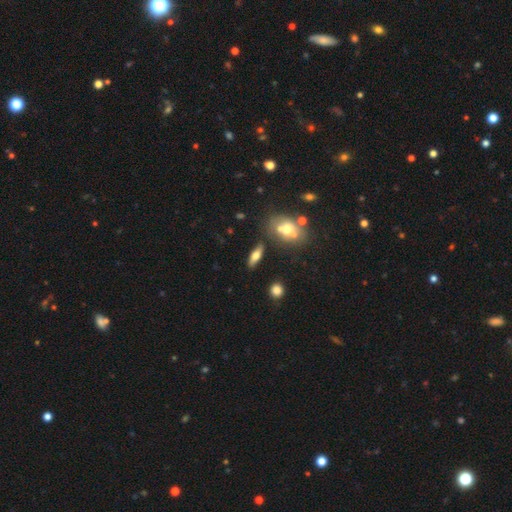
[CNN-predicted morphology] Overall: smooth (57%; featured or disk 35%). How rounded: in between (57%; cigar-shaped 39%). Merging: none (78%).